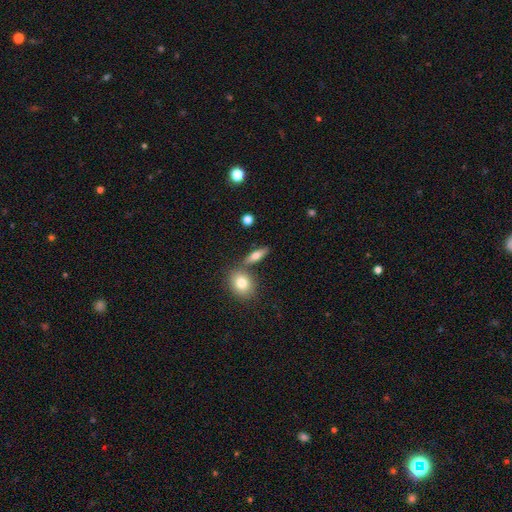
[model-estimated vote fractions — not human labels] Smooth or featured?
  - smooth: 61% *
  - featured or disk: 31%
  - star or artifact: 9%
How rounded?
  - in between: 47% *
  - cigar-shaped: 41%
  - round: 12%
Merging?
  - none: 74% *
  - merger: 13%
  - minor disturbance: 10%
  - major disturbance: 3%